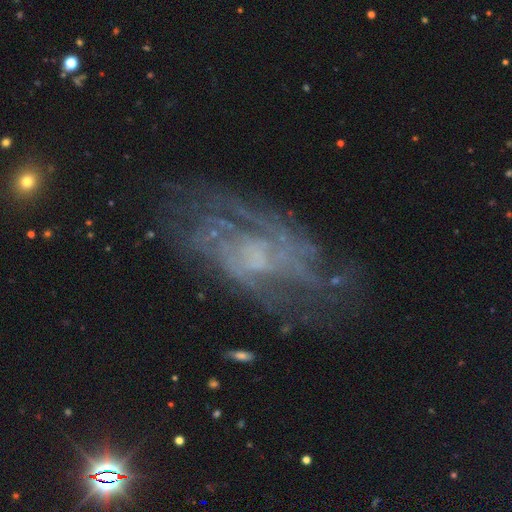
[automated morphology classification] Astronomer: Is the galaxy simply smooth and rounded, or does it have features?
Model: featured or disk — 79%.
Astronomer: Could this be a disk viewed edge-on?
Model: no — 94%.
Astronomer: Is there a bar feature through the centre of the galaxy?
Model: no — 65%.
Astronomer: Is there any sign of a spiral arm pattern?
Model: yes — 82%.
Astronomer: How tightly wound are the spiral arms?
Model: tight — 44% (runner-up: medium, 39%).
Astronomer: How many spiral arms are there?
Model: can't tell — 51%.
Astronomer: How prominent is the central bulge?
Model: small — 41% (runner-up: none, 34%).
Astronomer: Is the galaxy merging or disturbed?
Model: none — 65%.